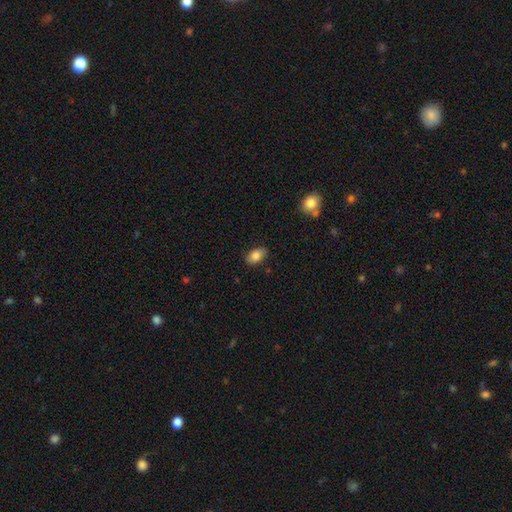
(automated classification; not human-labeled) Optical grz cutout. It shows a smooth galaxy with no disk features (83%) that is in between round and cigar-shaped (89%). Merging: none (83%).